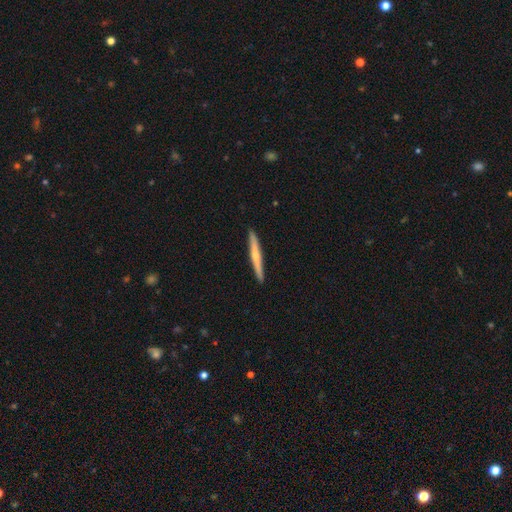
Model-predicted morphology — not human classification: A featured or disk galaxy (54%) viewed edge-on (97%) with a rounded central bulge (67%). Merging: none (92%).